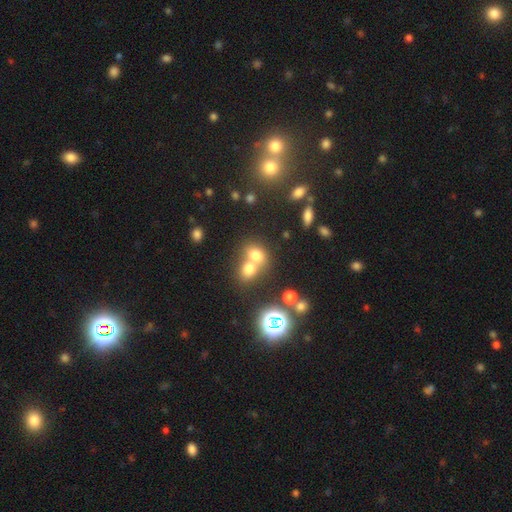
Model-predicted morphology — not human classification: smooth-or-featured: smooth: 69% | star or artifact: 18% | featured or disk: 13%
  how-rounded: round: 50% | in between: 48% | cigar-shaped: 1%
  merging: merger: 58% | none: 31% | minor disturbance: 7% | major disturbance: 4%